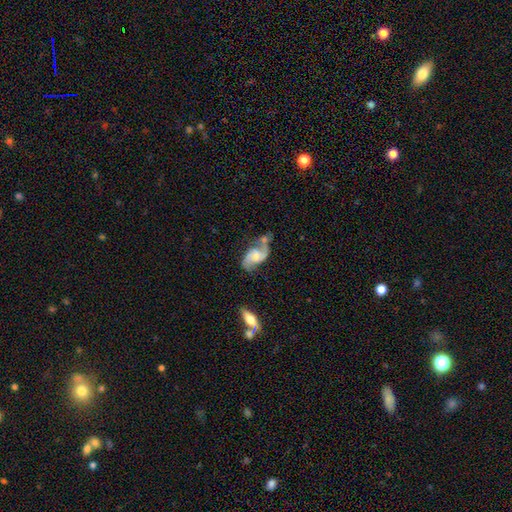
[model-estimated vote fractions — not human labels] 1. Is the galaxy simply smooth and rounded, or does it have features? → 83% featured or disk, 11% smooth, 6% star or artifact.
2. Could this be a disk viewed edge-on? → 97% no, 3% yes.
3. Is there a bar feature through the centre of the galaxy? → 54% no, 37% weak, 9% strong.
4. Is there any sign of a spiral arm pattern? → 95% yes, 5% no.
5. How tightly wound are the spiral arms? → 44% loose, 43% medium, 12% tight.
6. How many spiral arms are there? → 91% 2, 3% 1, 3% can't tell, 1% 3, 1% 4, 1% more than 4.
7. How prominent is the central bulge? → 44% small, 31% moderate, 18% none, 6% large, 2% dominant.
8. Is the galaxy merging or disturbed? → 44% none, 22% merger, 21% minor disturbance, 14% major disturbance.